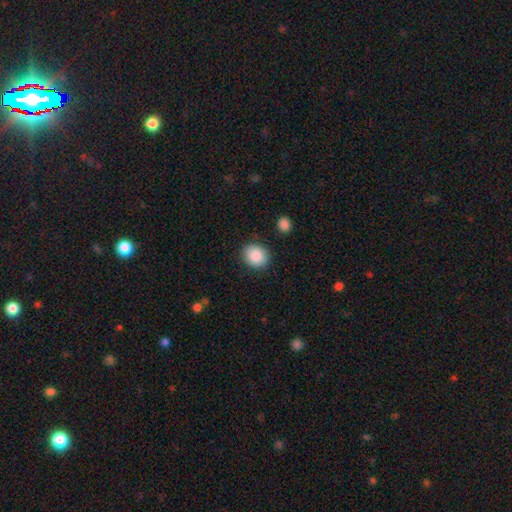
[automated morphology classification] Smooth or featured? Predicted: smooth (p=0.89). How rounded? Predicted: round (p=0.65). Merging? Predicted: none (p=0.87).